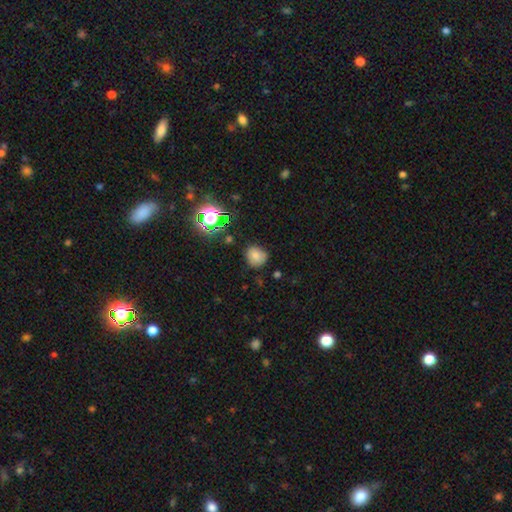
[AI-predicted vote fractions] smooth_or_featured: smooth (p=0.74) [alt: star or artifact p=0.17]
how_rounded: round (p=0.75) [alt: in between p=0.24]
merging: none (p=0.72) [alt: minor disturbance p=0.21]